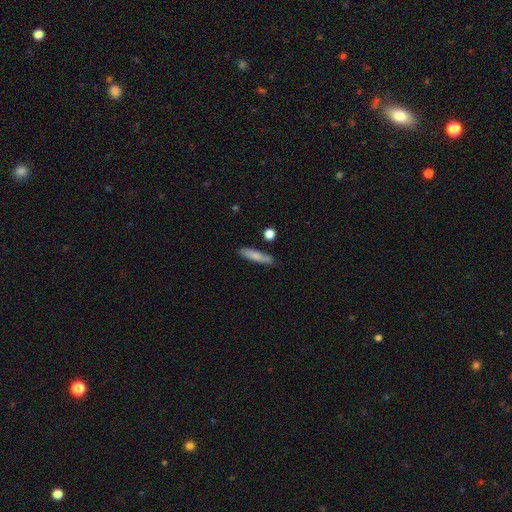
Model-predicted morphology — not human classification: A smooth galaxy with no disk features (75%) that is cigar-shaped (79%). Merging: none (83%).